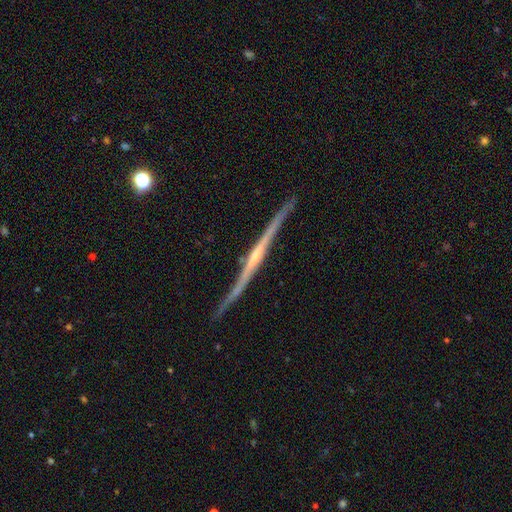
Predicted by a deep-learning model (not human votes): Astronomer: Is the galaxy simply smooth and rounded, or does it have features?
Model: featured or disk — 88%.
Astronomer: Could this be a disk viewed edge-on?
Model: yes — 98%.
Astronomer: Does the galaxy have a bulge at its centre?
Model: rounded — 64%.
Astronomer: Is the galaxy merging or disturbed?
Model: none — 84%.